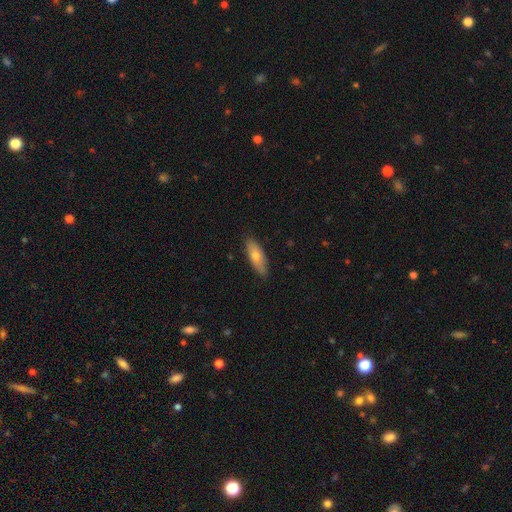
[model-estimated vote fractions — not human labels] Overall: smooth (66%; featured or disk 28%). How rounded: in between (58%; cigar-shaped 40%). Merging: none (85%).